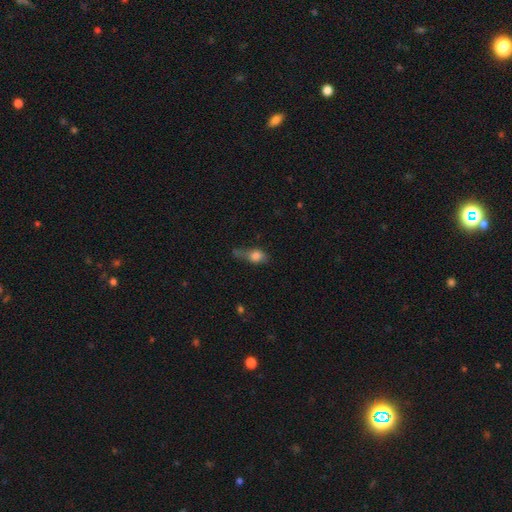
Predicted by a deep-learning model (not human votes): Smooth or featured?
  - smooth: 71% *
  - featured or disk: 18%
  - star or artifact: 11%
How rounded?
  - in between: 60% *
  - round: 28%
  - cigar-shaped: 12%
Merging?
  - minor disturbance: 31% * (tied)
  - major disturbance: 31% * (tied)
  - none: 29%
  - merger: 9%